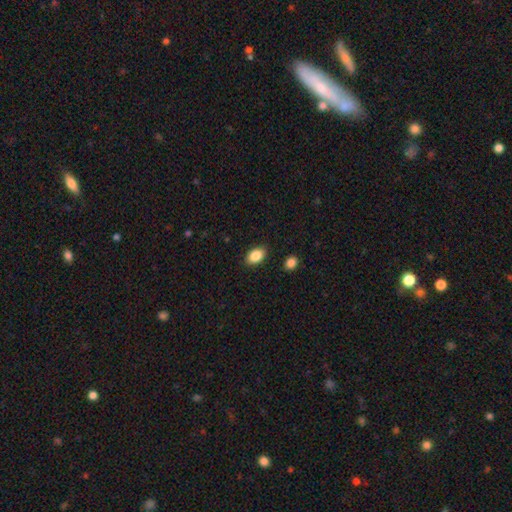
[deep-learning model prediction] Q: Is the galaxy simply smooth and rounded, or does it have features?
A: smooth — 87%.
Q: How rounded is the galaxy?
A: in between — 88%.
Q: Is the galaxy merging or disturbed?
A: none — 87%.